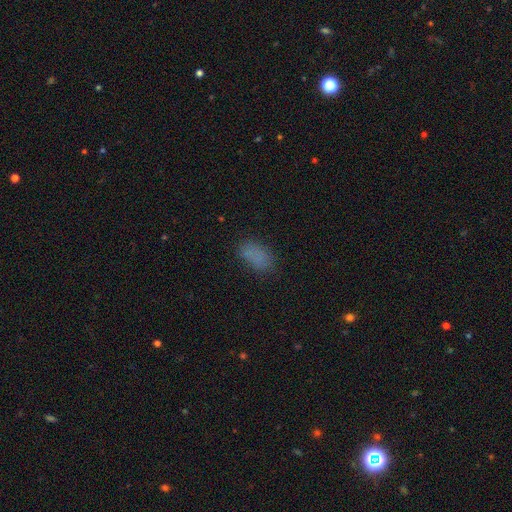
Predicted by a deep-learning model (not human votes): This appears to be a smooth galaxy with no disk features (79%) that is in between round and cigar-shaped (90%). Merging: none (73%).